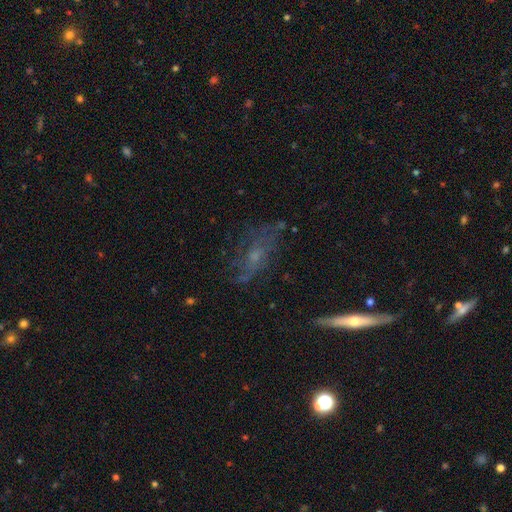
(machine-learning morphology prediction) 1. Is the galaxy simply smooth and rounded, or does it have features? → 59% featured or disk, 27% smooth, 15% star or artifact.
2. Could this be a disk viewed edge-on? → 73% no, 27% yes.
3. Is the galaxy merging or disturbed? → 58% none, 22% minor disturbance, 17% major disturbance, 3% merger.